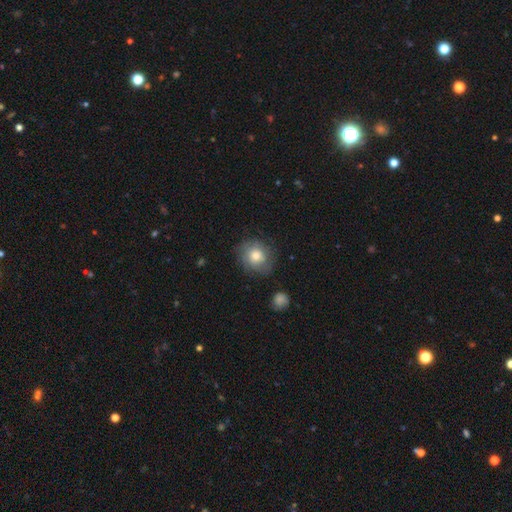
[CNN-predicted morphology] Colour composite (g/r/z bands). It shows a smooth galaxy with no disk features (62%) that is round (79%). Merging: none (73%).